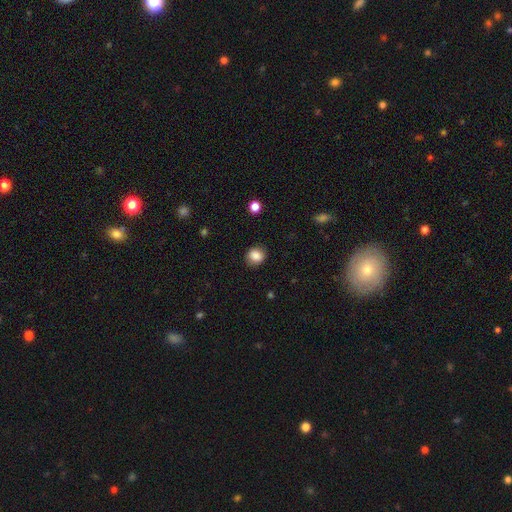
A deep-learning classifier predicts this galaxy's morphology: Overall: smooth (86%). How rounded: round (79%). Merging: none (85%).